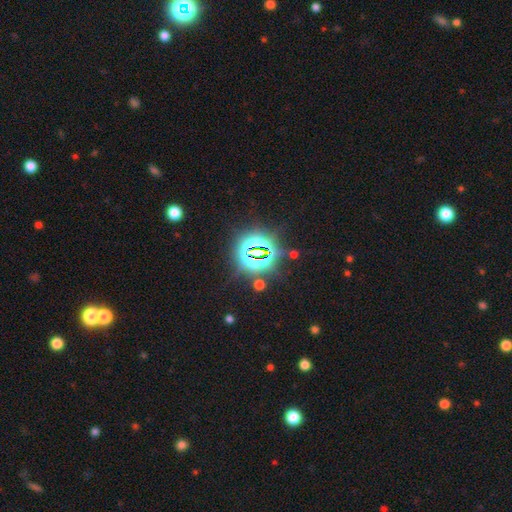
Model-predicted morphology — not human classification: Smooth or featured?
  - star or artifact: 80% *
  - smooth: 13%
  - featured or disk: 7%